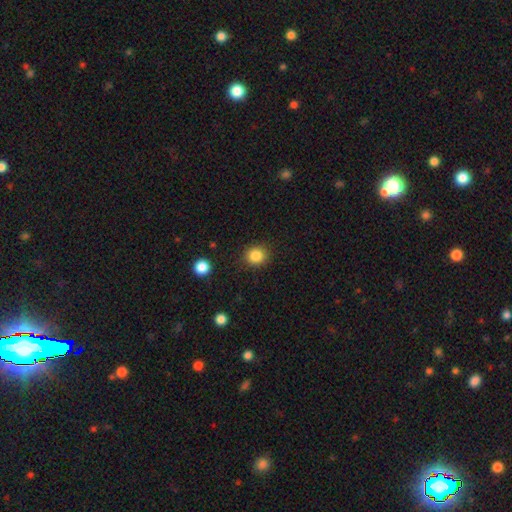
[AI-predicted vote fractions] Smooth or featured? smooth (85%)
How rounded? round (85%)
Merging? none (89%)